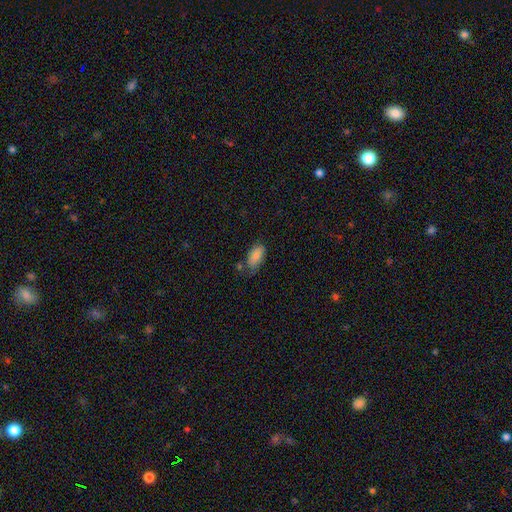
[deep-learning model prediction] Q: Smooth or featured?
A: smooth (83%); runner-up: featured or disk (10%)
Q: How rounded?
A: in between (92%); runner-up: cigar-shaped (5%)
Q: Merging?
A: none (60%); runner-up: minor disturbance (27%)